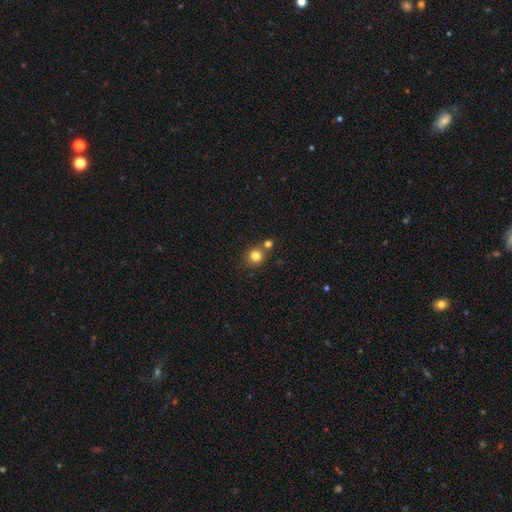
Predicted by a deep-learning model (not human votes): Overall: smooth (81%). How rounded: round (89%). Merging: none (65%).